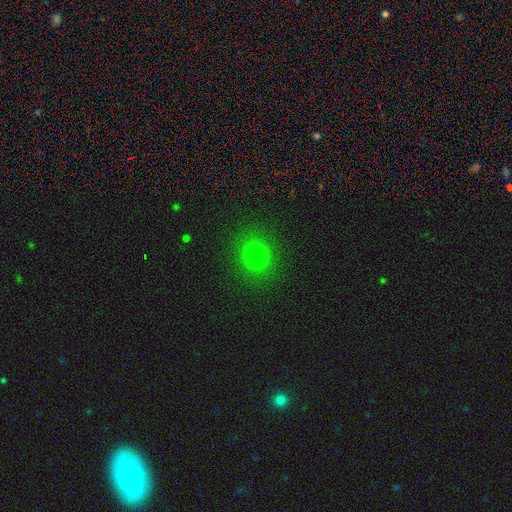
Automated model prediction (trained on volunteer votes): Smooth or featured: smooth — 77% (star or artifact — 17%)
How rounded: round — 81% (in between — 18%)
Merging: none — 88% (minor disturbance — 8%)